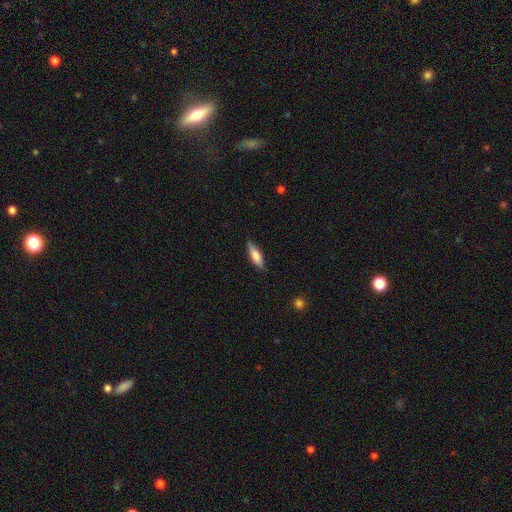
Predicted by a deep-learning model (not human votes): The model was most divided on "how rounded": cigar-shaped: 61%, in between: 37%, round: 2%. More confident: merging — none (85%); smooth or featured — smooth (70%).